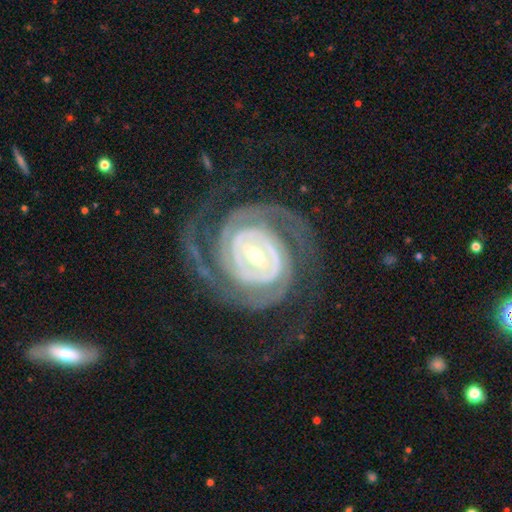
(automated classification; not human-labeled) Morphology: type=featured or disk (92%); edge-on=no (97%); bar=strong (48%); spiral arms=yes (98%); winding=tight (75%); arm count=2 (59%); bulge=small (57%); merging=none (70%).